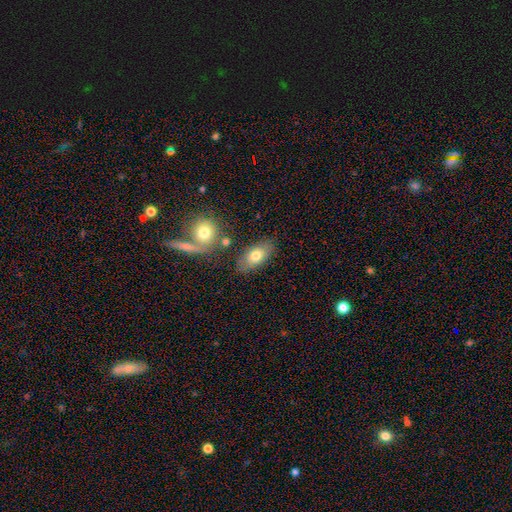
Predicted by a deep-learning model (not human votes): Smooth or featured? smooth (72%)
How rounded? in between (88%)
Merging? none (75%)